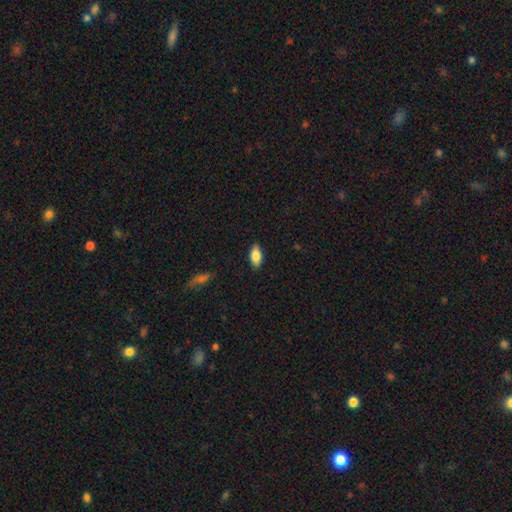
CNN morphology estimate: This appears to be a smooth galaxy with no disk features (81%) that is in between round and cigar-shaped (89%). Merging: none (89%).